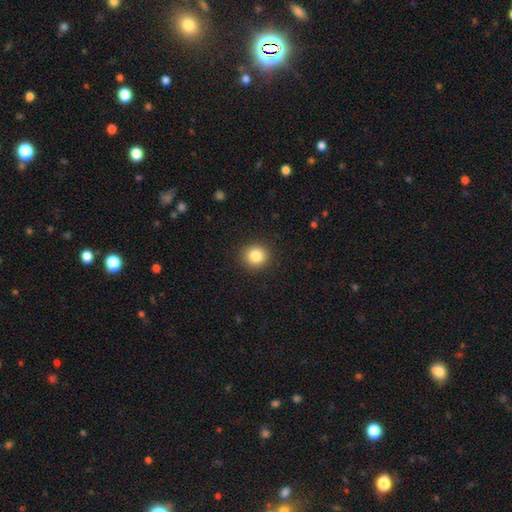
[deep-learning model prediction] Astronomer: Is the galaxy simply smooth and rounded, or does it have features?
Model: smooth — 85%.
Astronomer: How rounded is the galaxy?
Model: round — 90%.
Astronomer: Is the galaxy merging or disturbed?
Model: none — 91%.